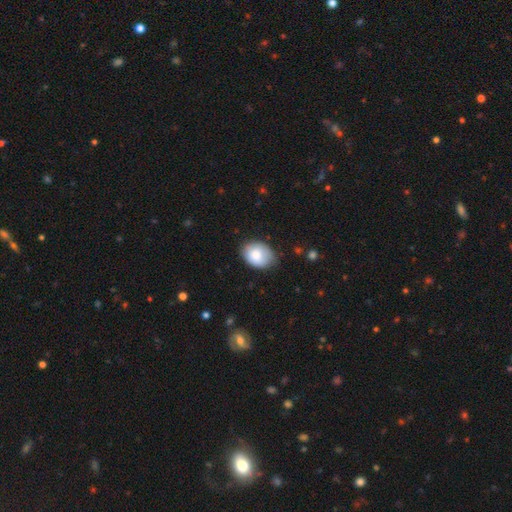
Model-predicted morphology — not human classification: The model was most divided on "how rounded": in between: 69%, round: 30%, cigar-shaped: 1%. More confident: smooth or featured — smooth (82%); merging — none (76%).